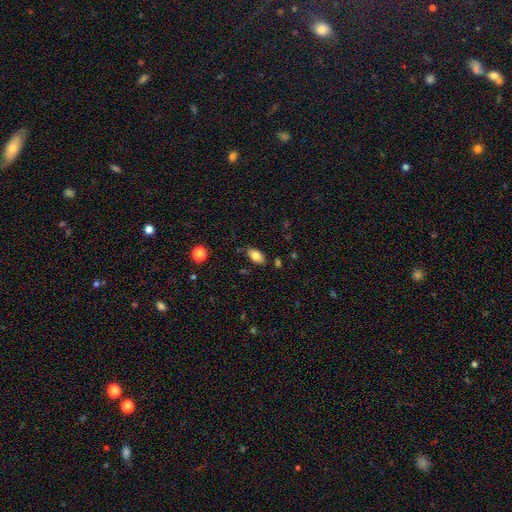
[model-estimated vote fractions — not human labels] Smooth or featured?
  - smooth: 79% *
  - featured or disk: 12%
  - star or artifact: 8%
How rounded?
  - in between: 90% *
  - round: 5%
  - cigar-shaped: 5%
Merging?
  - none: 79% *
  - minor disturbance: 15%
  - major disturbance: 3%
  - merger: 3%